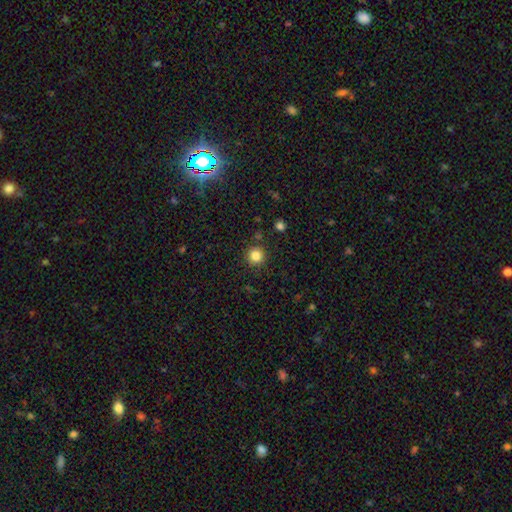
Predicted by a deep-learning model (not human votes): smooth-or-featured: smooth: 84% | star or artifact: 12% | featured or disk: 4%
  how-rounded: round: 94% | in between: 5% | cigar-shaped: 1%
  merging: none: 89% | minor disturbance: 6% | major disturbance: 2% | merger: 2%